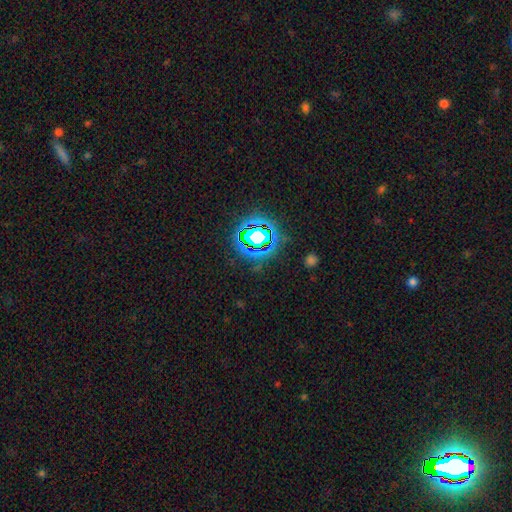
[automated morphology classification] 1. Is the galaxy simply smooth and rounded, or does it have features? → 78% star or artifact, 13% smooth, 9% featured or disk.